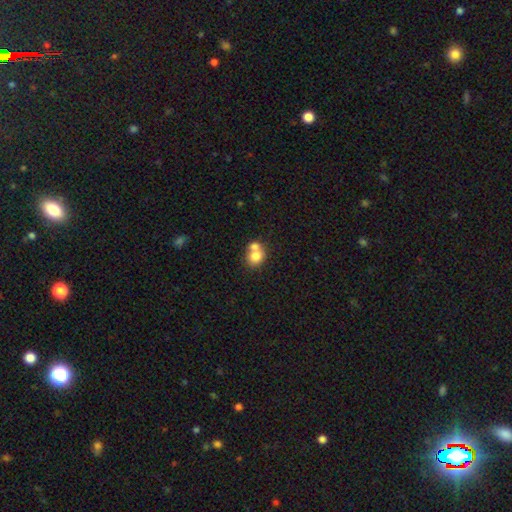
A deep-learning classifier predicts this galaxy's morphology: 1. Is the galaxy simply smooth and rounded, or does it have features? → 75% smooth, 15% featured or disk, 9% star or artifact.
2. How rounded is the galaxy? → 69% round, 30% in between, 1% cigar-shaped.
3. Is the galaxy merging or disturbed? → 57% merger, 33% none, 7% minor disturbance, 3% major disturbance.